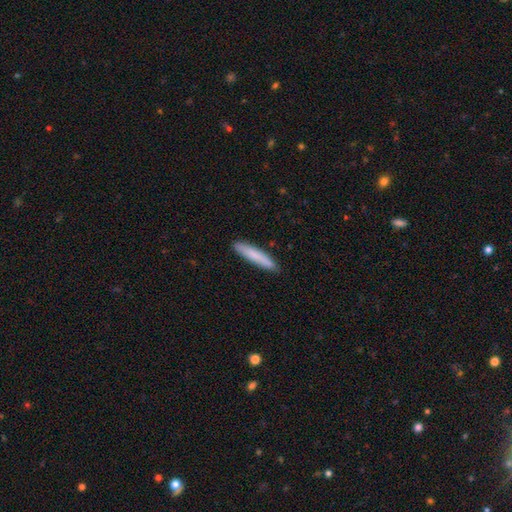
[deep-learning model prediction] Morphology: type=smooth (80%); roundness=cigar-shaped (91%); merging=none (89%).